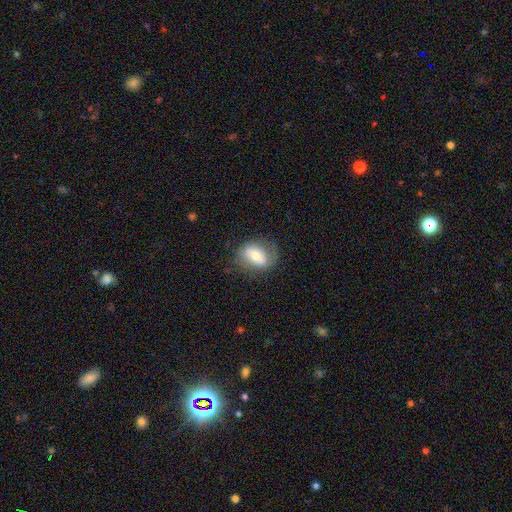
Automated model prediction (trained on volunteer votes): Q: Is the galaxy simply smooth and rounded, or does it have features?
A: smooth — 59%.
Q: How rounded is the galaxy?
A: in between — 73%.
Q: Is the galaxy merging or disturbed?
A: none — 68%.